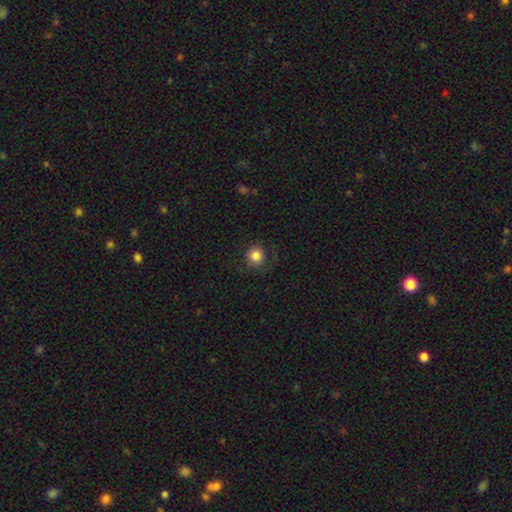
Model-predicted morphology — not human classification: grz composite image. It shows a smooth galaxy with no disk features (82%) that is round (93%). Merging: none (81%).